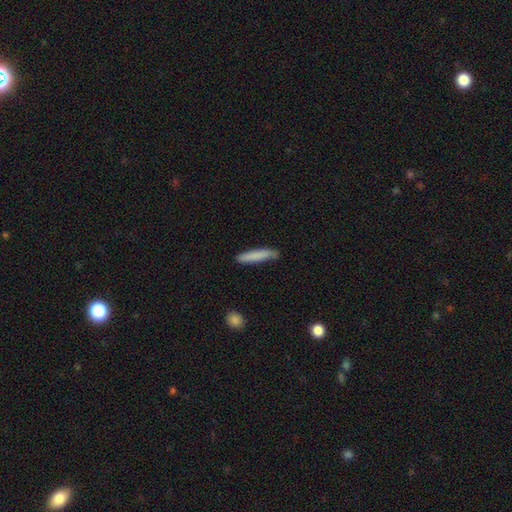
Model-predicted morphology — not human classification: This appears to be a smooth galaxy with no disk features (80%) that is cigar-shaped (91%). Merging: none (79%).